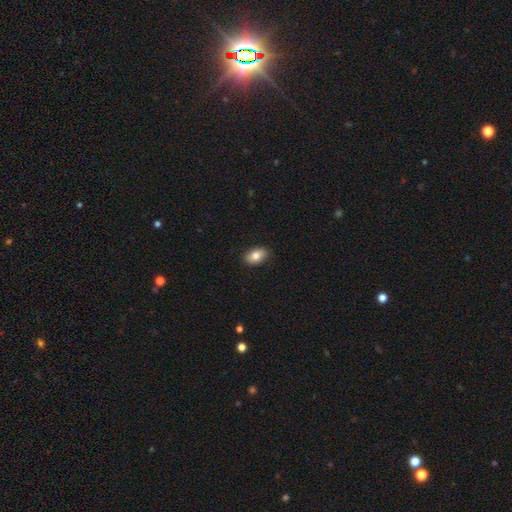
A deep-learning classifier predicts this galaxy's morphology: Smooth or featured: smooth — 81% (featured or disk — 11%)
How rounded: in between — 86% (round — 12%)
Merging: none — 87% (minor disturbance — 10%)